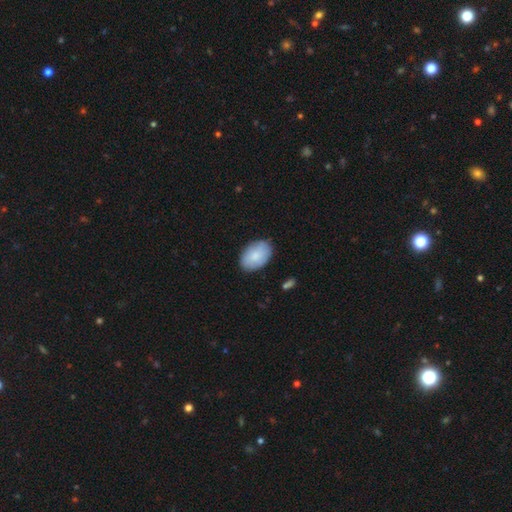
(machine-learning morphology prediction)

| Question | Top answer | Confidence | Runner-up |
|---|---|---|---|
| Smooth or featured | smooth | 82% | featured or disk (12%) |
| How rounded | in between | 88% | round (11%) |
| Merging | none | 85% | minor disturbance (12%) |